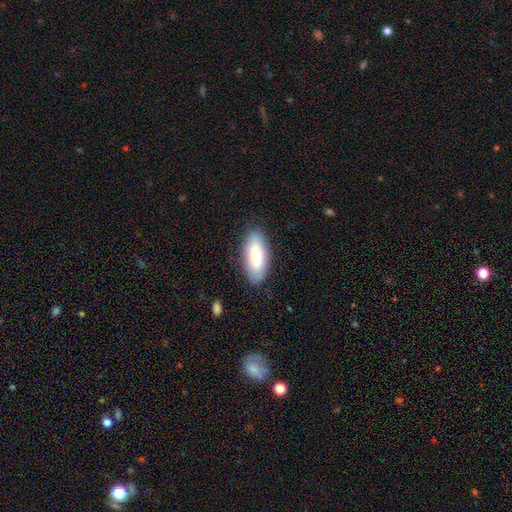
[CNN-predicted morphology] Q: Smooth or featured?
A: smooth (72%); runner-up: featured or disk (22%)
Q: How rounded?
A: in between (84%); runner-up: cigar-shaped (14%)
Q: Merging?
A: none (85%); runner-up: minor disturbance (11%)